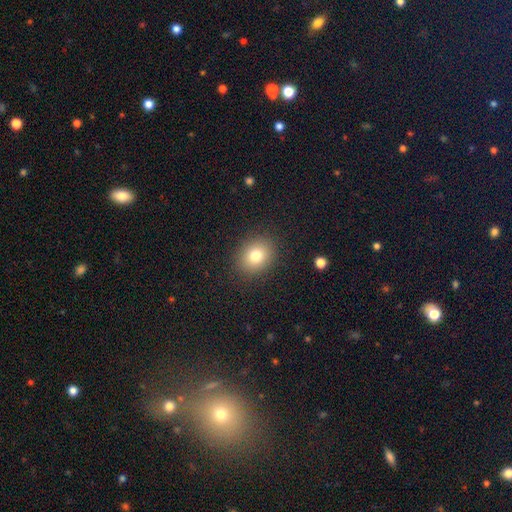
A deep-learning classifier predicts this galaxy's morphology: Smooth or featured? smooth (78%)
How rounded? round (59%)
Merging? none (88%)